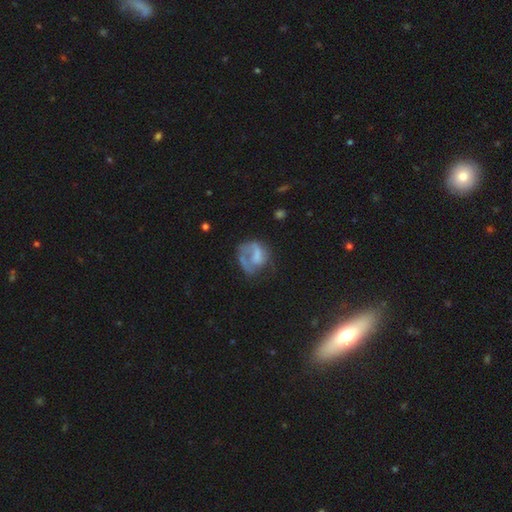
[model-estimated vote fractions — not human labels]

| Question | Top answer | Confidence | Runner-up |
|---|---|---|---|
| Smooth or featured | featured or disk | 51% | smooth (39%) |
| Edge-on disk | no | 98% | yes (2%) |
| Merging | major disturbance | 40% | none (34%) |